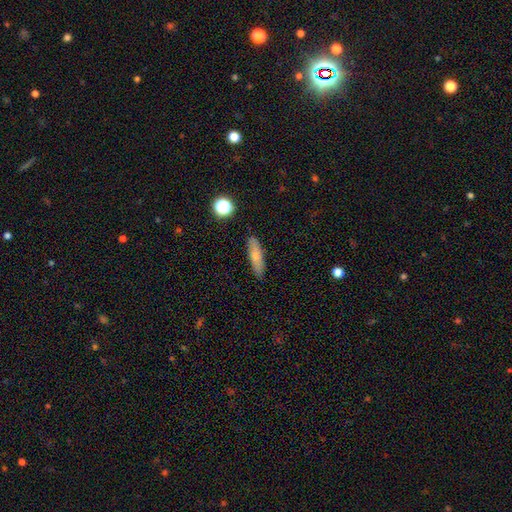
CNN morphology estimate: smooth 72%, featured or disk 20%, star or artifact 8%. Down the decision tree: how rounded — cigar-shaped (64%); merging — none (86%).